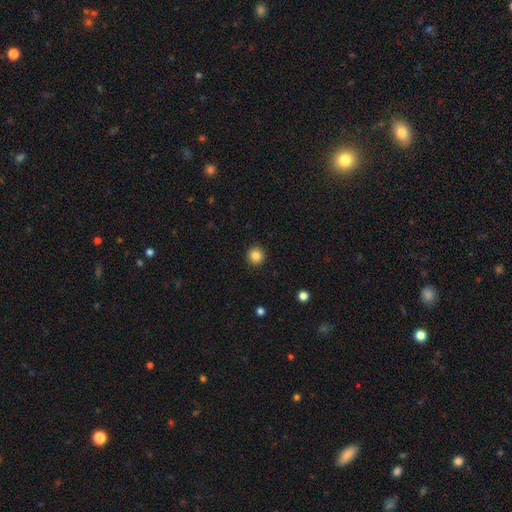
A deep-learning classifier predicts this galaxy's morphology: type=smooth (84%); roundness=round (94%); merging=none (92%).